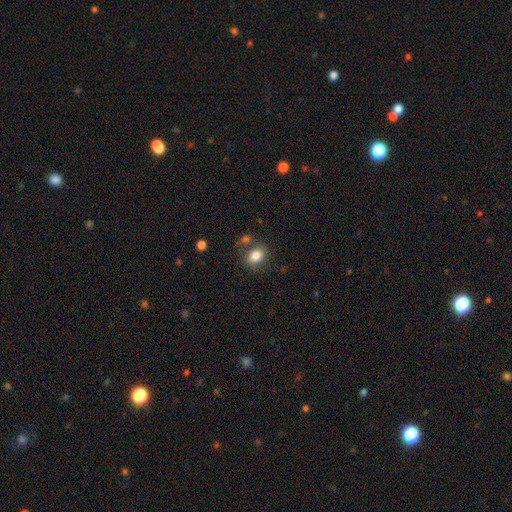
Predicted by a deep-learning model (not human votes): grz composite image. It shows a smooth galaxy with no disk features (82%) that is in between round and cigar-shaped (50%). Merging: none (71%).